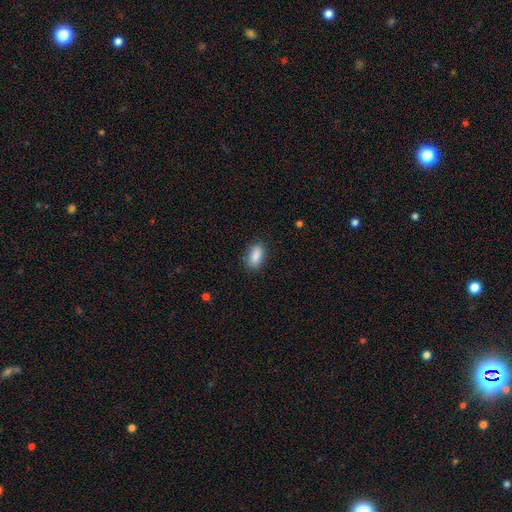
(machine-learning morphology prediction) Smooth or featured: smooth — 89% (star or artifact — 7%)
How rounded: in between — 90% (round — 5%)
Merging: none — 84% (minor disturbance — 12%)